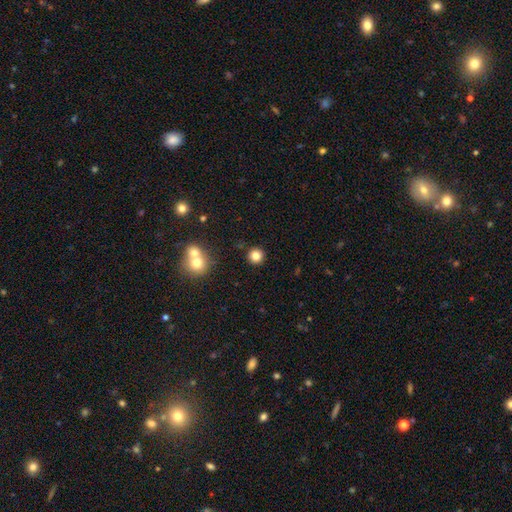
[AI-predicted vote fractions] Morphology: type=smooth (81%); roundness=round (94%); merging=none (89%).